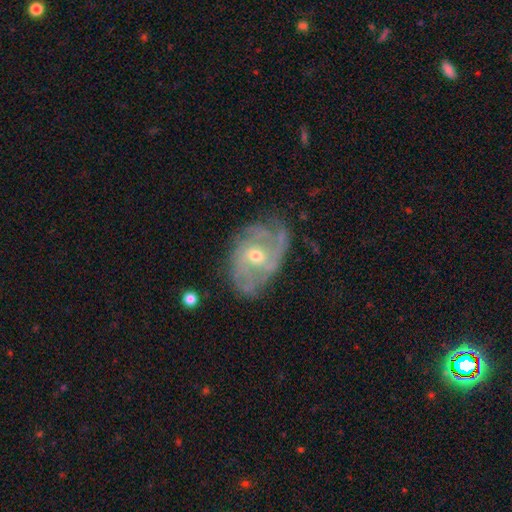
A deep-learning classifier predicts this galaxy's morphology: A featured or disk galaxy (82%) with no bar (63%), tight (43%) spiral arms (90%) and a moderate central bulge (51%).

Vote fractions:
- Smooth or featured? featured or disk: 82% / smooth: 11% / star or artifact: 7%
- Edge-on disk? no: 96% / yes: 4%
- Bar? no: 63% / weak: 31% / strong: 6%
- Spiral arms? yes: 90% / no: 10%
- Spiral winding? tight: 43% / medium: 39% / loose: 18%
- Spiral arm count? can't tell: 33% / 2: 27% / 3: 21% / 4: 9% / 1: 5% / more than 4: 5%
- Bulge size? moderate: 51% / small: 46% / large: 1% / none: 1% / dominant: 1%
- Merging? none: 63% / minor disturbance: 25% / major disturbance: 11% / merger: 2%